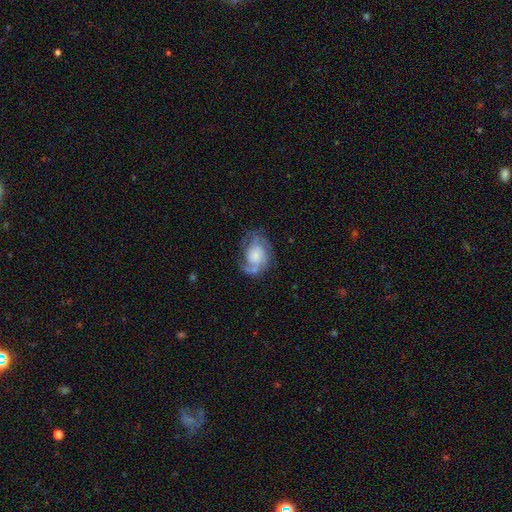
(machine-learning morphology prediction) A featured or disk galaxy (75%) with no bar (74%), 2 (33%) medium (43%) spiral arms (93%) and a small central bulge (38%).

Vote fractions:
- Smooth or featured? featured or disk: 75% / smooth: 18% / star or artifact: 7%
- Edge-on disk? no: 97% / yes: 3%
- Bar? no: 74% / weak: 22% / strong: 4%
- Spiral arms? yes: 93% / no: 7%
- Spiral winding? medium: 43% / tight: 40% / loose: 18%
- Spiral arm count? 2: 33% / 3: 25% / can't tell: 23% / 1: 8% / 4: 7% / more than 4: 5%
- Bulge size? small: 38% / moderate: 23% / large: 18% / none: 16% / dominant: 4%
- Merging? none: 60% / minor disturbance: 21% / major disturbance: 16% / merger: 3%